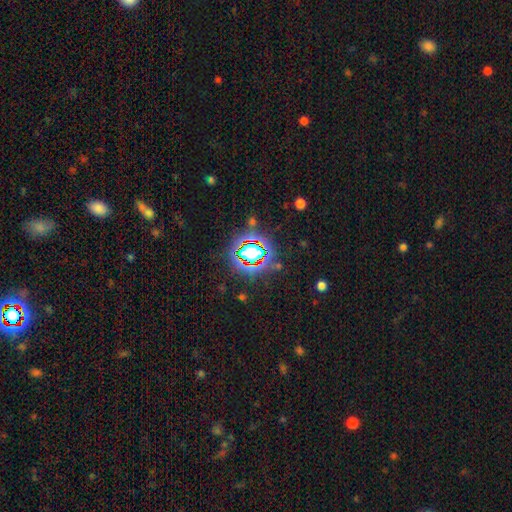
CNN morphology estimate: Smooth or featured: star or artifact — 81% (smooth — 11%)